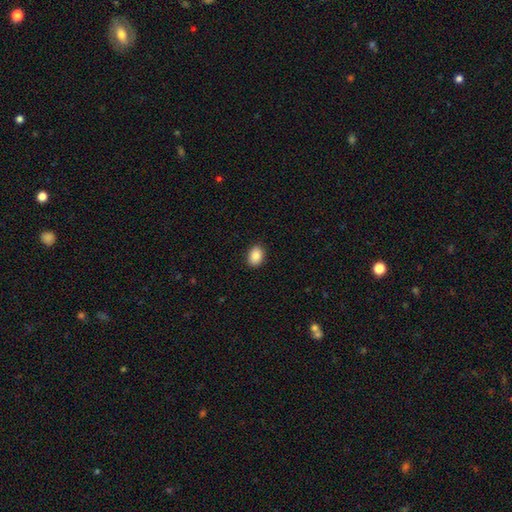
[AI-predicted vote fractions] Smooth or featured?
  - smooth: 88% *
  - star or artifact: 8%
  - featured or disk: 4%
How rounded?
  - in between: 75% *
  - round: 24%
  - cigar-shaped: 1%
Merging?
  - none: 90% *
  - minor disturbance: 7%
  - major disturbance: 2%
  - merger: 1%